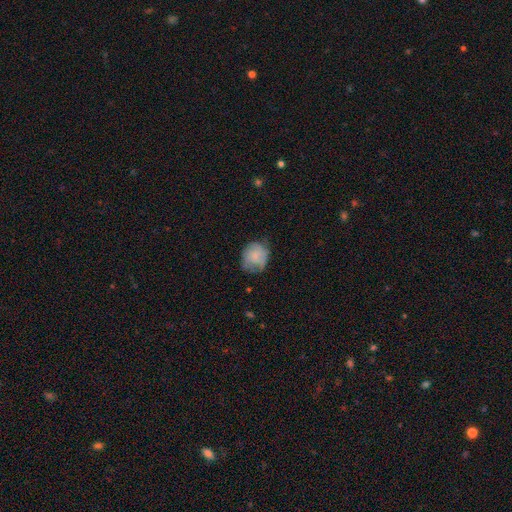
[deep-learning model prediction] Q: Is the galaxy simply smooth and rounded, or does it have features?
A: smooth — 70%.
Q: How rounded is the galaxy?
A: round — 63%.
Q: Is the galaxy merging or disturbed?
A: none — 52%.